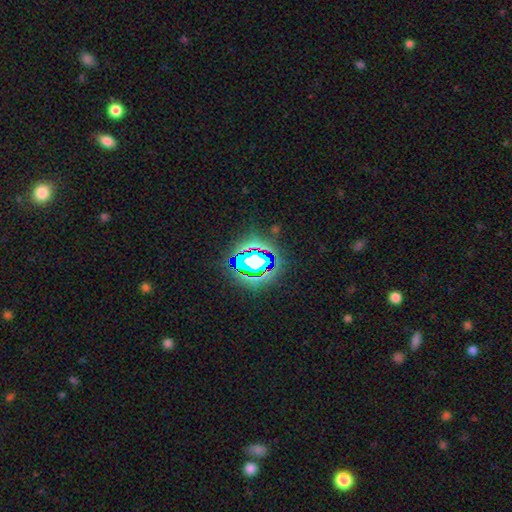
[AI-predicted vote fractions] Morphology: type=star or artifact (75%).